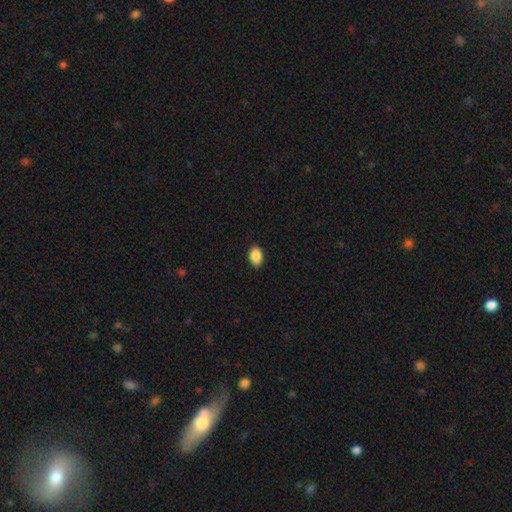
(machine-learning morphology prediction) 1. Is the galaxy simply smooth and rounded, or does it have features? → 89% smooth, 8% star or artifact, 3% featured or disk.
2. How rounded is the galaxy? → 88% in between, 10% round, 1% cigar-shaped.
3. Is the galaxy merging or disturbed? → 87% none, 10% minor disturbance, 2% major disturbance, 1% merger.